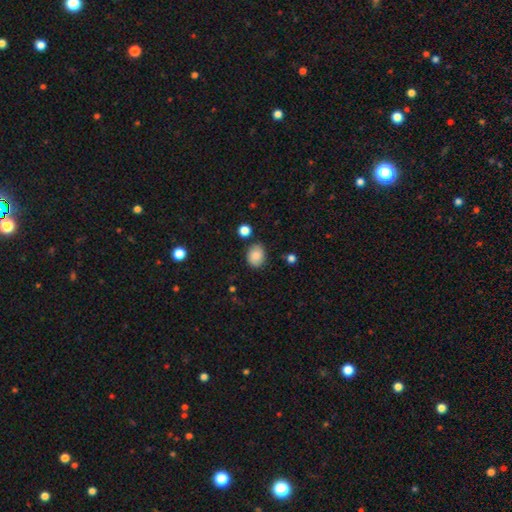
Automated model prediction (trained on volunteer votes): smooth-or-featured: smooth: 84% | star or artifact: 9% | featured or disk: 8%
  how-rounded: in between: 58% | round: 41% | cigar-shaped: 1%
  merging: none: 78% | minor disturbance: 15% | merger: 3% | major disturbance: 3%